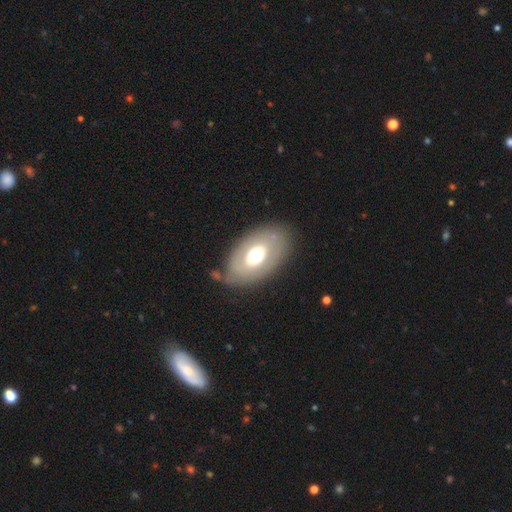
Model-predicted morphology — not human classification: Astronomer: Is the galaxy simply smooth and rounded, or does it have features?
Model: smooth — 56% (runner-up: featured or disk, 36%).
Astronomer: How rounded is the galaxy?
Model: in between — 89%.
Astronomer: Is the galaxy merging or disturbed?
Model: none — 72%.